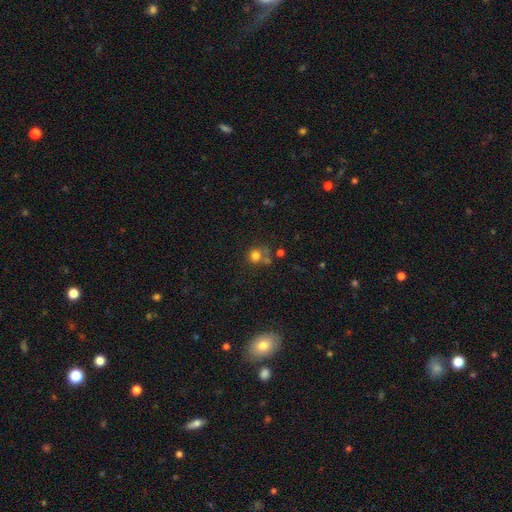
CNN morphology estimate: smooth-or-featured: smooth: 77% | star or artifact: 14% | featured or disk: 9%
  how-rounded: round: 86% | in between: 13% | cigar-shaped: 1%
  merging: none: 56% | merger: 23% | minor disturbance: 13% | major disturbance: 7%